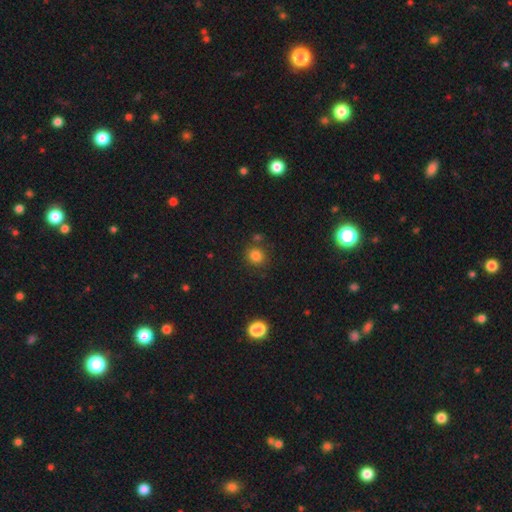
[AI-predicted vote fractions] A smooth galaxy with no disk features (82%) that is round (81%). Merging: none (77%).